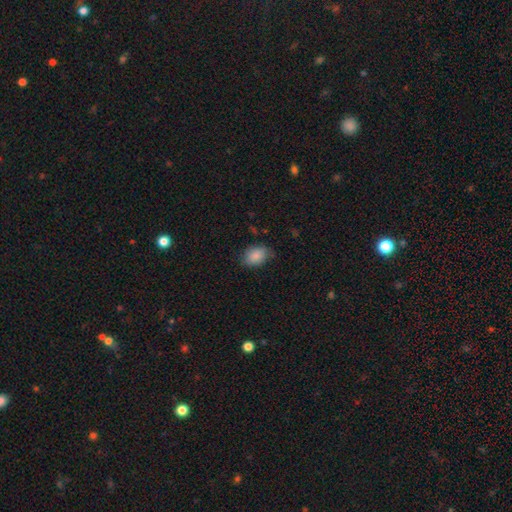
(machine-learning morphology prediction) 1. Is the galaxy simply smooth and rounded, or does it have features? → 88% smooth, 7% star or artifact, 5% featured or disk.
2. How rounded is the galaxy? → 76% in between, 23% round, 1% cigar-shaped.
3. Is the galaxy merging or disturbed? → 74% none, 20% minor disturbance, 4% major disturbance, 1% merger.